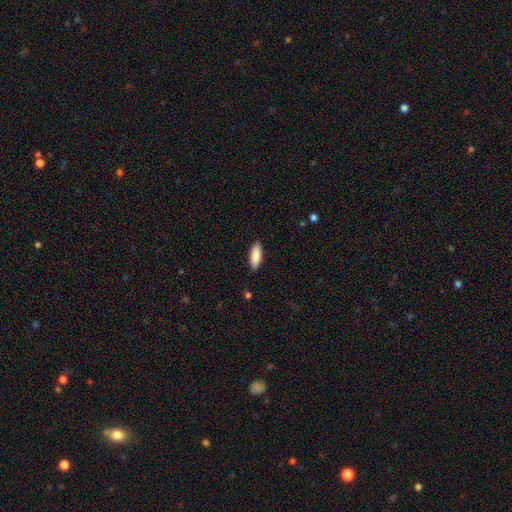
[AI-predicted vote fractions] A smooth galaxy with no disk features (88%) that is in between round and cigar-shaped (70%).

Vote fractions:
- Smooth or featured? smooth: 88% / featured or disk: 6% / star or artifact: 6%
- How rounded? in between: 70% / cigar-shaped: 28% / round: 2%
- Merging? none: 88% / minor disturbance: 9% / major disturbance: 2% / merger: 1%